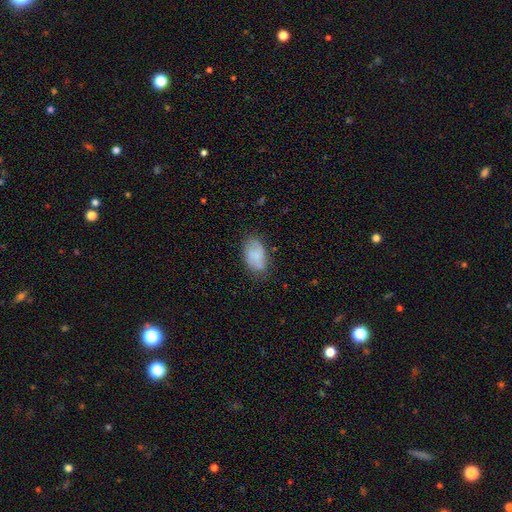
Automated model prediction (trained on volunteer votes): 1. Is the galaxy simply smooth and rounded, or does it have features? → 69% smooth, 23% featured or disk, 8% star or artifact.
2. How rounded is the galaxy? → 90% in between, 8% round, 1% cigar-shaped.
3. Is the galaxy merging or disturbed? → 72% none, 21% minor disturbance, 6% major disturbance, 2% merger.